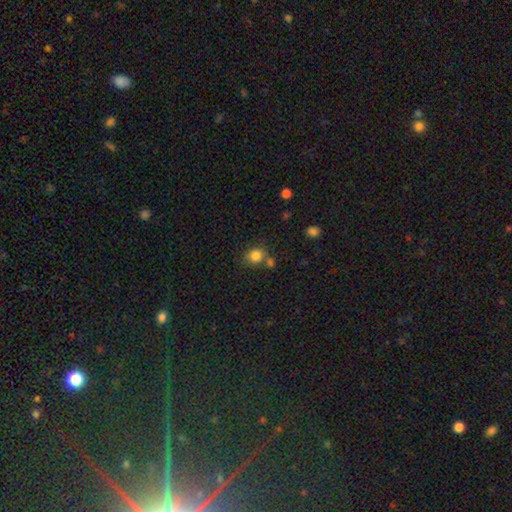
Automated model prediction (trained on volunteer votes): Smooth or featured?
  - smooth: 83% *
  - star or artifact: 11%
  - featured or disk: 6%
How rounded?
  - round: 75% *
  - in between: 24%
  - cigar-shaped: 1%
Merging?
  - none: 66% *
  - merger: 18%
  - minor disturbance: 12%
  - major disturbance: 4%